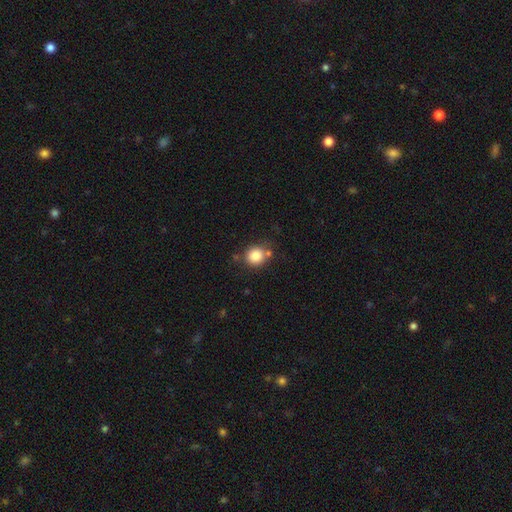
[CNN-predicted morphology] This appears to be a smooth galaxy with no disk features (84%) that is round (87%). Merging: none (72%).